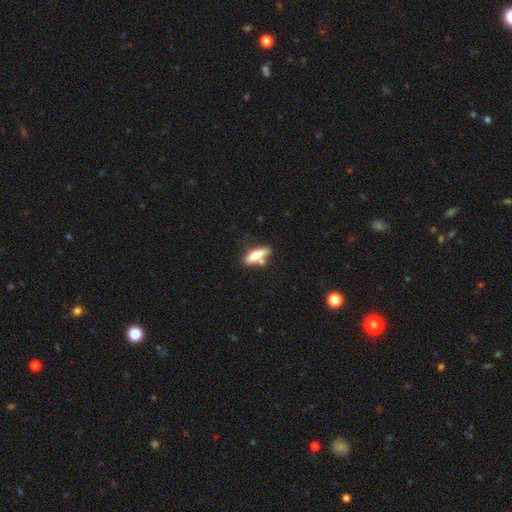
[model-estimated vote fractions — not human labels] smooth 67%, featured or disk 27%, star or artifact 6%. Down the decision tree: how rounded — in between (52%); merging — none (54%).